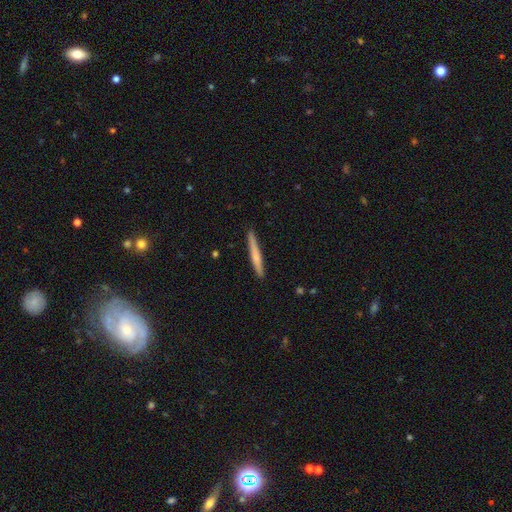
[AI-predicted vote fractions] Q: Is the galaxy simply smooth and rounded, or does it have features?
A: smooth — 60%.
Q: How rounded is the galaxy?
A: cigar-shaped — 96%.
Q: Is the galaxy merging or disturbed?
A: none — 90%.